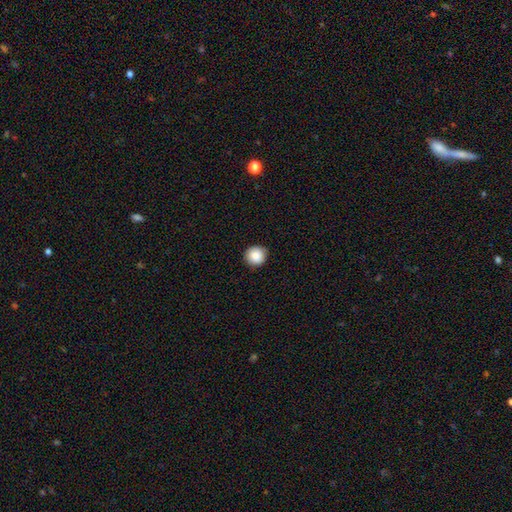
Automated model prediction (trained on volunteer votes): A smooth galaxy with no disk features (88%) that is round (93%). Merging: none (89%).